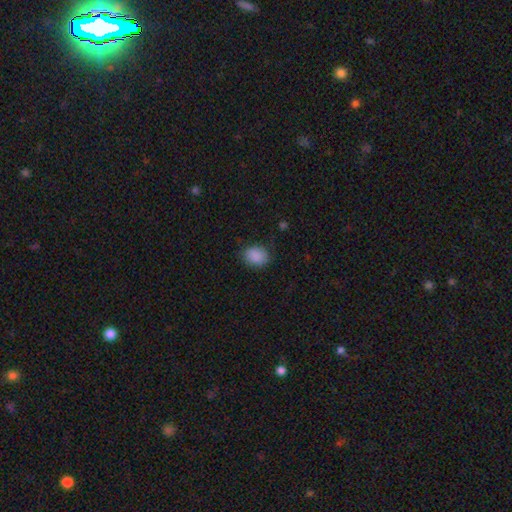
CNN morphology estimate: Smooth or featured? smooth (88%)
How rounded? in between (51%)
Merging? none (80%)